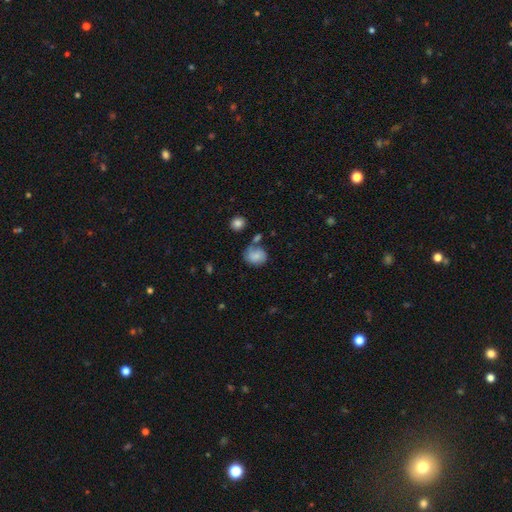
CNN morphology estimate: smooth 77%, featured or disk 14%, star or artifact 9%. Down the decision tree: how rounded — round (59%); merging — none (50%).